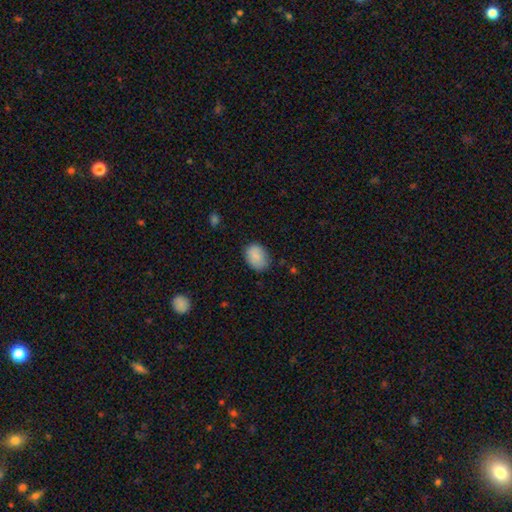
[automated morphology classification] Smooth or featured: smooth — 86% (star or artifact — 7%)
How rounded: in between — 75% (round — 24%)
Merging: none — 75% (minor disturbance — 20%)